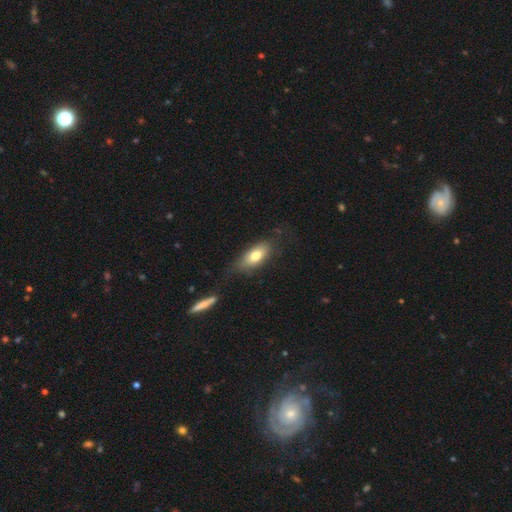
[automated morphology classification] This appears to be a smooth galaxy with no disk features (72%) that is in between round and cigar-shaped (81%). Merging: none (67%).